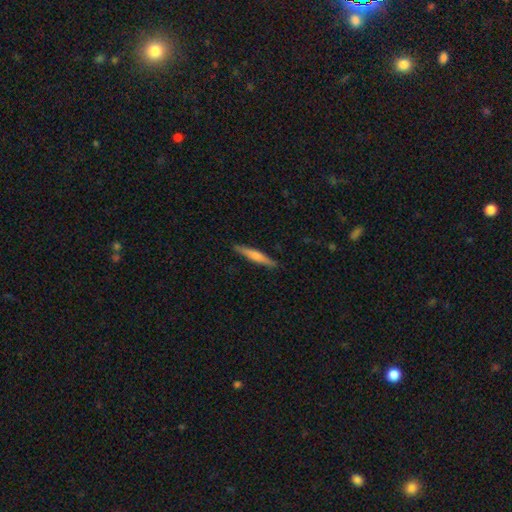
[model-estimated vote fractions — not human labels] smooth_or_featured: smooth (p=0.57) [alt: featured or disk p=0.38]
how_rounded: cigar-shaped (p=0.93) [alt: in between p=0.06]
merging: none (p=0.90) [alt: minor disturbance p=0.08]